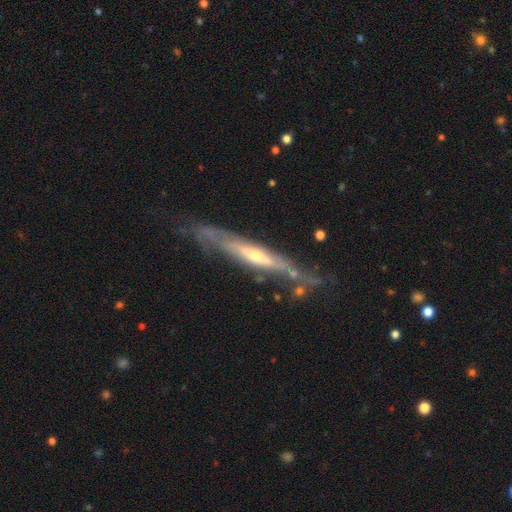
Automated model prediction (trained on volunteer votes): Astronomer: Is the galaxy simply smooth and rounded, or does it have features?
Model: featured or disk — 80%.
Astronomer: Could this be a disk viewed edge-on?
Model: yes — 73%.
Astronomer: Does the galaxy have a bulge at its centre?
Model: rounded — 63%.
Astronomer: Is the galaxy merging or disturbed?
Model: none — 70%.